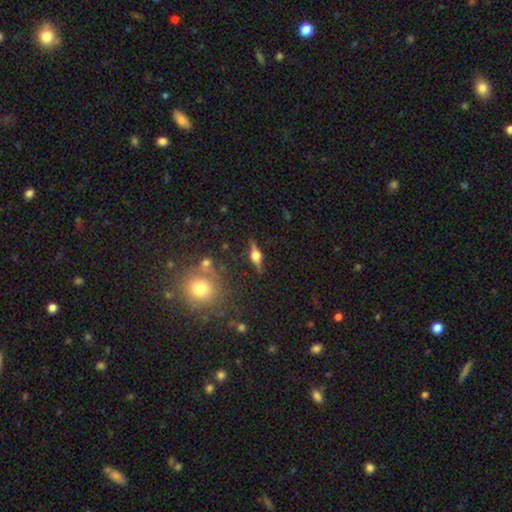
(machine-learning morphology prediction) Smooth or featured? featured or disk (74%)
Edge-on disk? yes (95%)
Edge-on bulge? rounded (94%)
Merging? none (85%)